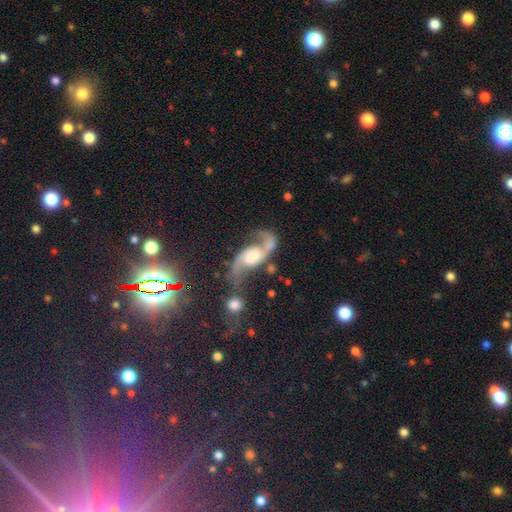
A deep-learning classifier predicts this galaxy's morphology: This appears to be a featured or disk galaxy (83%) with no bar (58%), 2 (92%) loose (68%) spiral arms (95%) and a moderate central bulge (38%). Merging: none (52%).